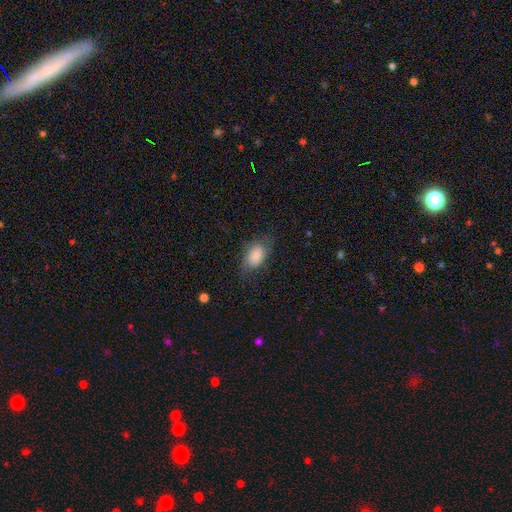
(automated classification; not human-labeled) A smooth galaxy with no disk features (78%) that is in between round and cigar-shaped (89%).

Vote fractions:
- Smooth or featured? smooth: 78% / featured or disk: 15% / star or artifact: 7%
- How rounded? in between: 89% / round: 9% / cigar-shaped: 2%
- Merging? none: 65% / minor disturbance: 23% / major disturbance: 11% / merger: 1%